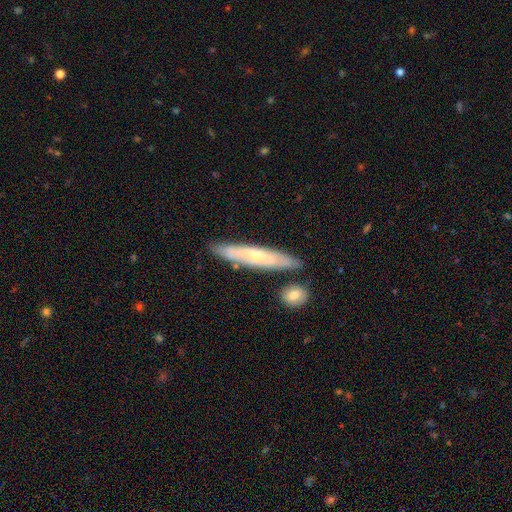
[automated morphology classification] featured or disk 57%, smooth 37%, star or artifact 6%. Down the decision tree: edge-on disk — yes (69%); merging — none (81%).